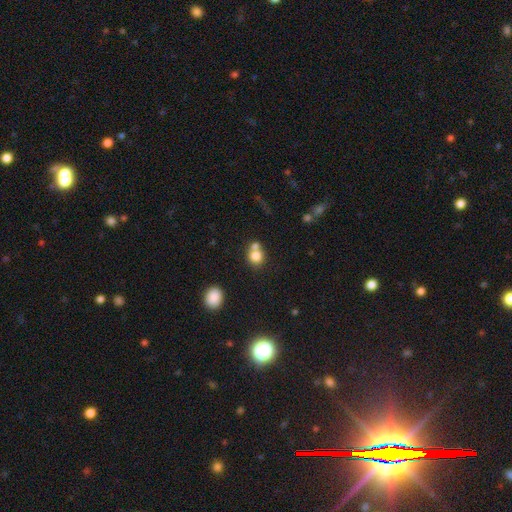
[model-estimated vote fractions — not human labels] Overall: smooth (79%). How rounded: round (81%). Merging: none (47%; merger 42%).